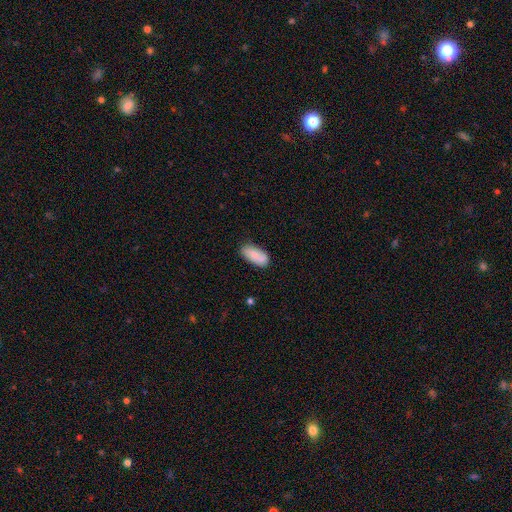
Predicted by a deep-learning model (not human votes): smooth 74%, featured or disk 20%, star or artifact 6%. Down the decision tree: how rounded — in between (89%); merging — none (76%).